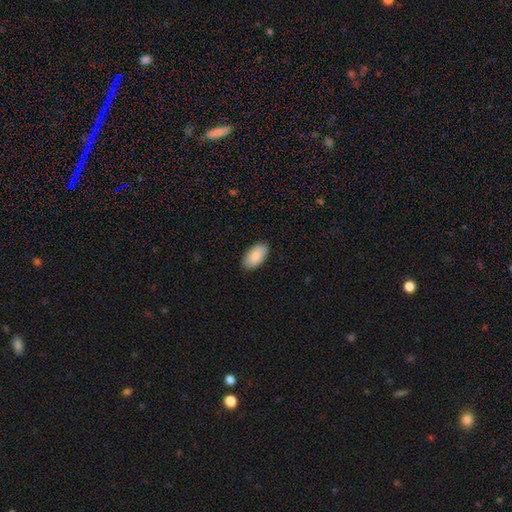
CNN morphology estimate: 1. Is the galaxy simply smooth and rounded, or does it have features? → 89% smooth, 6% star or artifact, 5% featured or disk.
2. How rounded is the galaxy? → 96% in between, 2% cigar-shaped, 2% round.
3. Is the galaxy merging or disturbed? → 89% none, 8% minor disturbance, 2% major disturbance, 1% merger.